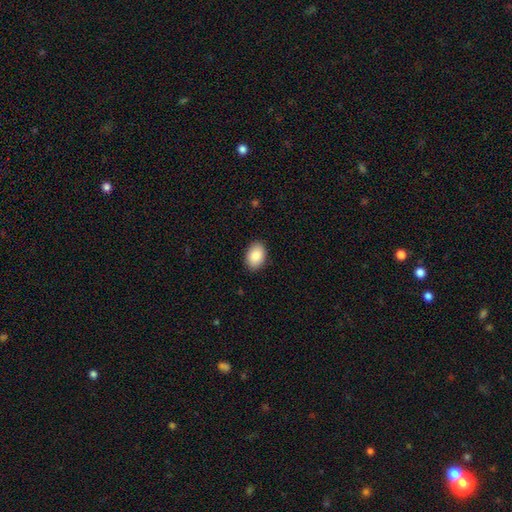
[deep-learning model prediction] Morphology: type=smooth (88%); roundness=in between (86%); merging=none (89%).